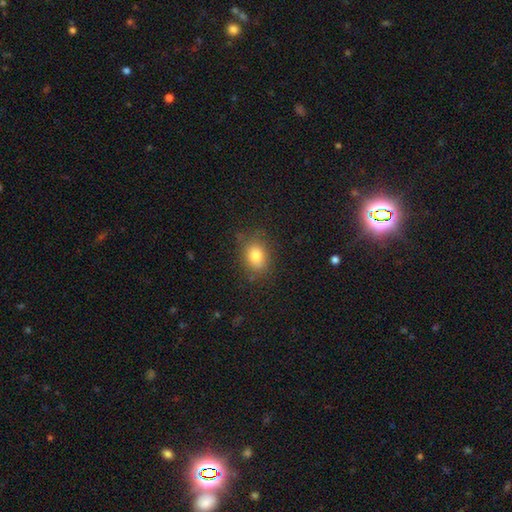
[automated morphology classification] Smooth or featured? smooth (81%)
How rounded? in between (65%)
Merging? none (76%)